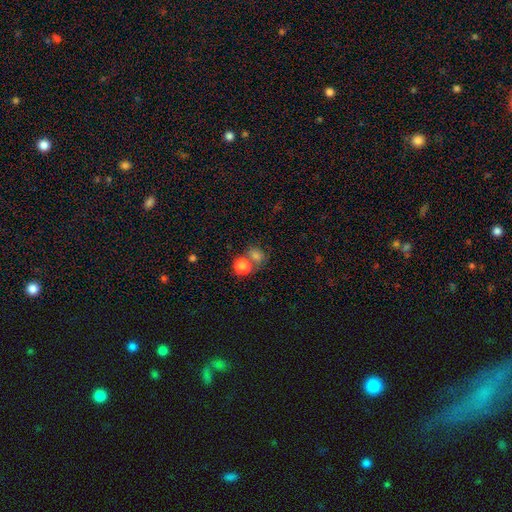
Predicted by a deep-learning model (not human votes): smooth_or_featured: smooth (p=0.78) [alt: star or artifact p=0.13]
how_rounded: round (p=0.74) [alt: in between p=0.25]
merging: none (p=0.47) [alt: merger p=0.38]